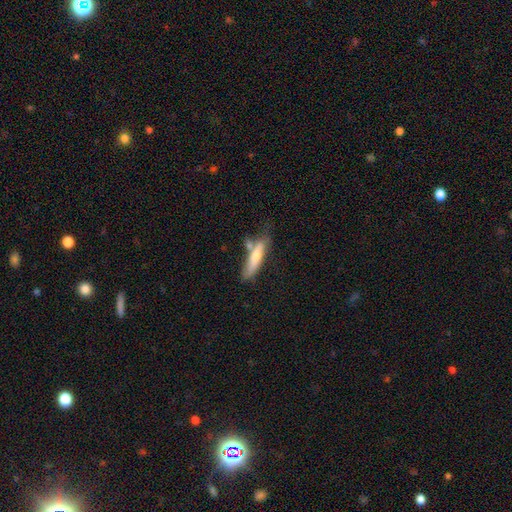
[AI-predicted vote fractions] Morphology: type=smooth (62%); roundness=cigar-shaped (77%); merging=none (51%).